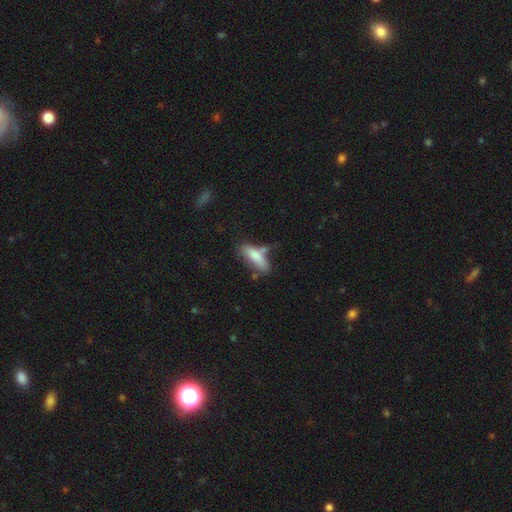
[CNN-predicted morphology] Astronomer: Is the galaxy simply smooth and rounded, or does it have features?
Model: smooth — 76%.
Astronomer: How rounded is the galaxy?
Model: in between — 52% (runner-up: cigar-shaped, 45%).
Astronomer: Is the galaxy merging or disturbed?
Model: none — 50%.